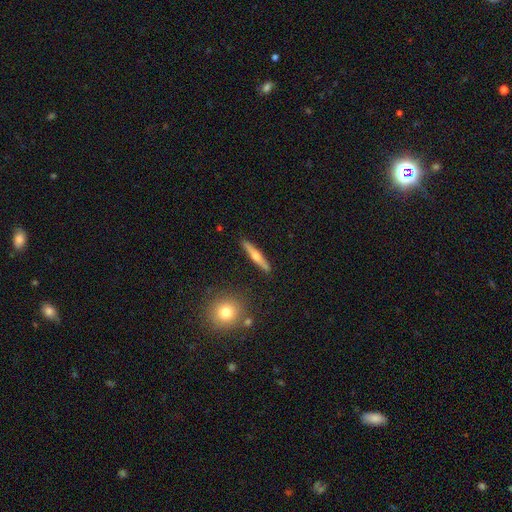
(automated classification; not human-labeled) smooth_or_featured: featured or disk (p=0.62) [alt: smooth p=0.31]
disk_edge_on: yes (p=0.96) [alt: no p=0.04]
edge_on_bulge: rounded (p=0.87) [alt: none p=0.09]
merging: none (p=0.89) [alt: minor disturbance p=0.07]